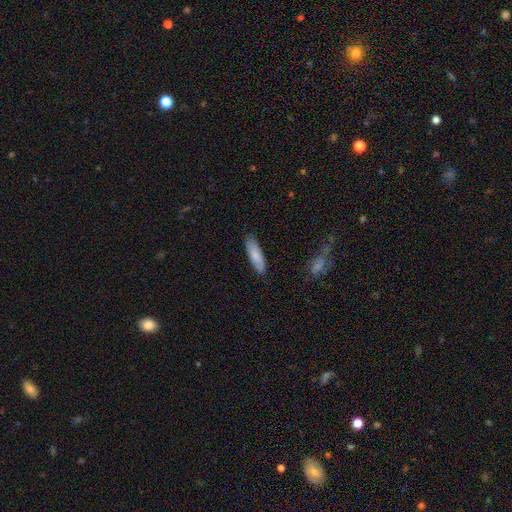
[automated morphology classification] Smooth or featured: smooth — 81% (featured or disk — 13%)
How rounded: cigar-shaped — 54% (in between — 45%)
Merging: none — 84% (minor disturbance — 12%)